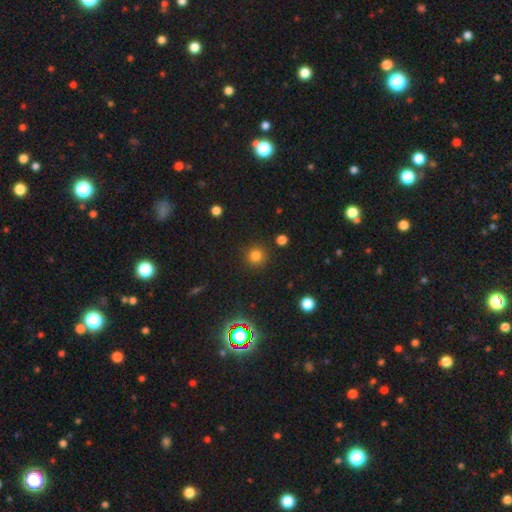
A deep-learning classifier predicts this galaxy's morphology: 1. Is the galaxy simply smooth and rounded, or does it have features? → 78% smooth, 17% star or artifact, 5% featured or disk.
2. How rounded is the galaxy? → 94% round, 5% in between, 1% cigar-shaped.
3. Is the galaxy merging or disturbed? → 90% none, 6% minor disturbance, 2% major disturbance, 2% merger.